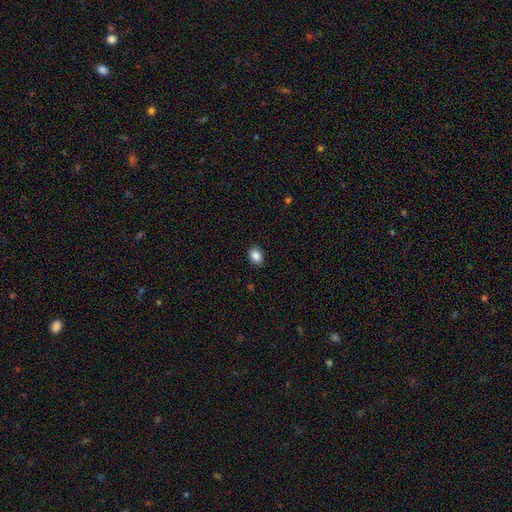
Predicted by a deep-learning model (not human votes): Smooth or featured? Predicted: smooth (p=0.88). How rounded? Predicted: in between (p=0.69). Merging? Predicted: none (p=0.89).